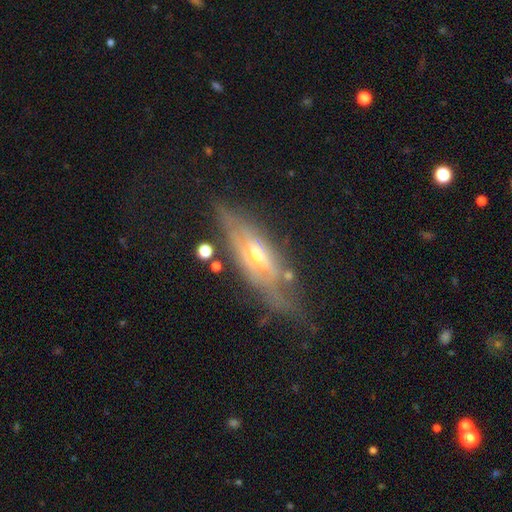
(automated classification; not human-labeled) Smooth or featured? Predicted: featured or disk (p=0.76). Edge-on disk? Predicted: yes (p=0.65). Merging? Predicted: none (p=0.60).